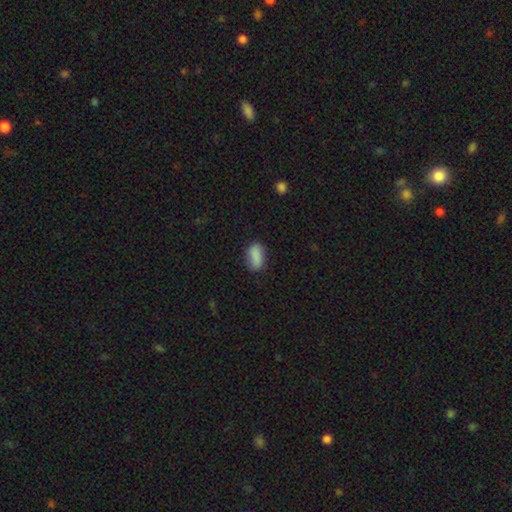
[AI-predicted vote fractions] This is clearly a smooth galaxy (86%). How rounded: clearly in between (89%). Merging: likely none (77%).